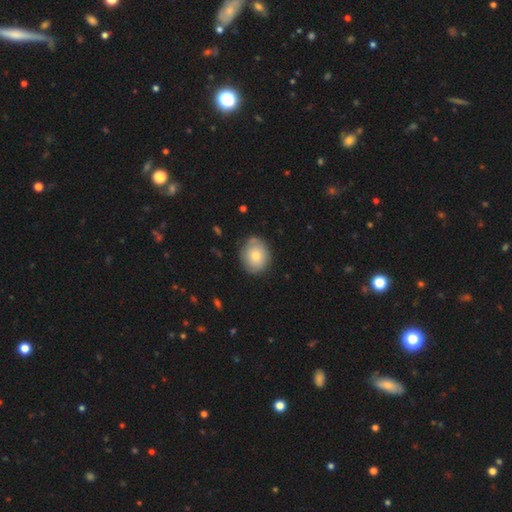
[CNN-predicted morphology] type=smooth (73%); roundness=round (64%); merging=none (81%).